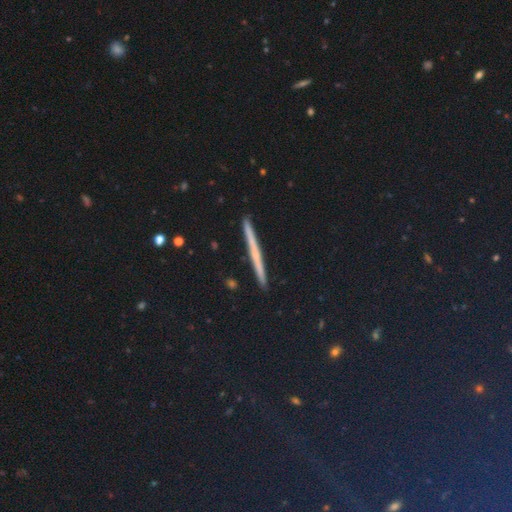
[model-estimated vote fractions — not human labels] The model was most divided on "smooth or featured": smooth: 37%, featured or disk: 33%, star or artifact: 29%. More confident: merging — none (91%).